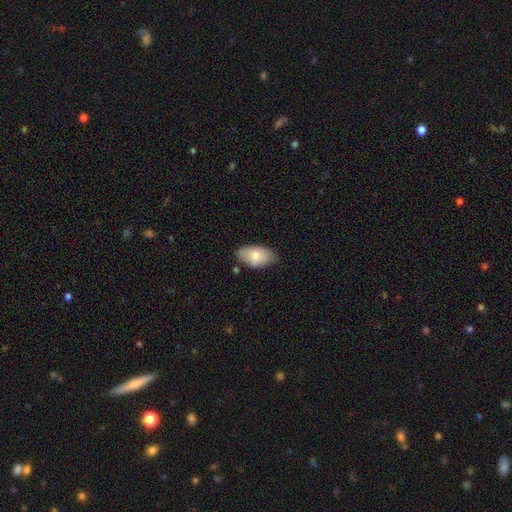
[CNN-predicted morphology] smooth-or-featured: smooth: 78% | featured or disk: 16% | star or artifact: 6%
  how-rounded: in between: 93% | round: 5% | cigar-shaped: 2%
  merging: none: 66% | minor disturbance: 27% | major disturbance: 4% | merger: 3%